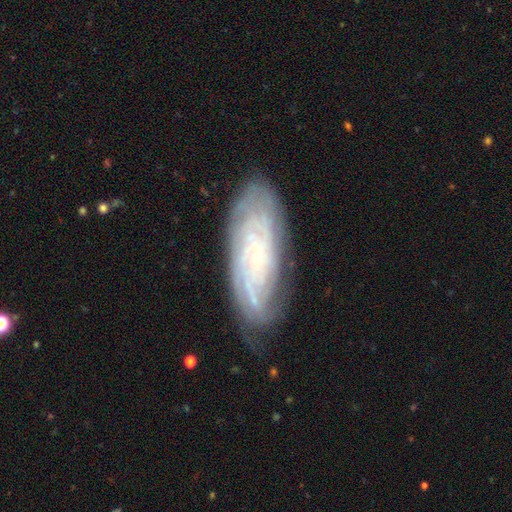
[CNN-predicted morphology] Overall: featured or disk (80%). Edge-on disk: no (90%). Bar: no (75%). Spiral arms: yes (95%). Spiral arm count: can't tell (42%; 4 18%). Spiral winding: tight (76%). Bulge size: small (87%). Merging: none (77%).